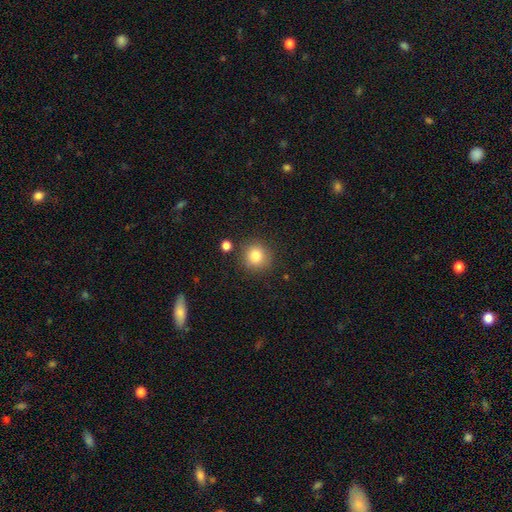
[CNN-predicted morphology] Overall: smooth (84%). How rounded: round (89%). Merging: none (84%).